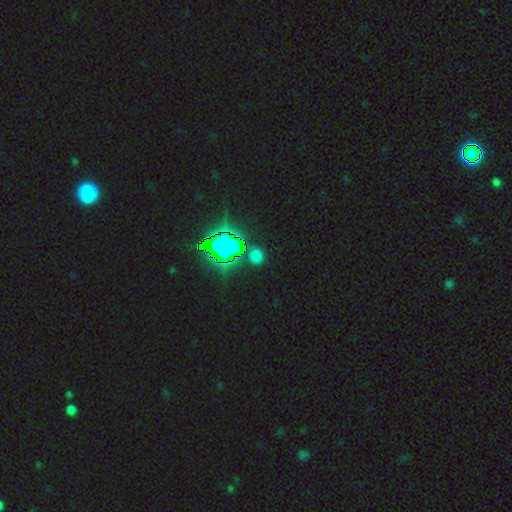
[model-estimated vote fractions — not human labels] smooth-or-featured: star or artifact: 60% | smooth: 33% | featured or disk: 7%